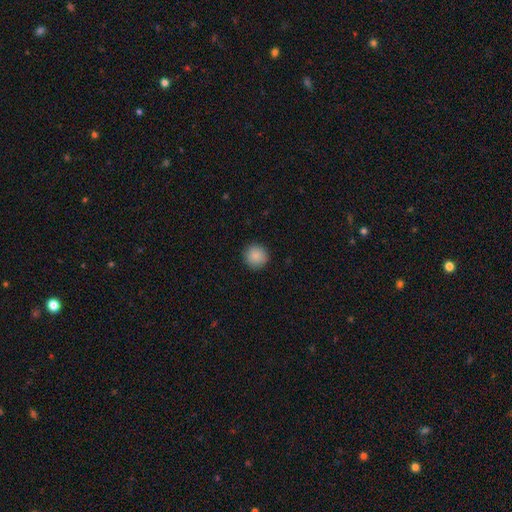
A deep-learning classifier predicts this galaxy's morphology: Smooth or featured? smooth (89%)
How rounded? round (95%)
Merging? none (92%)